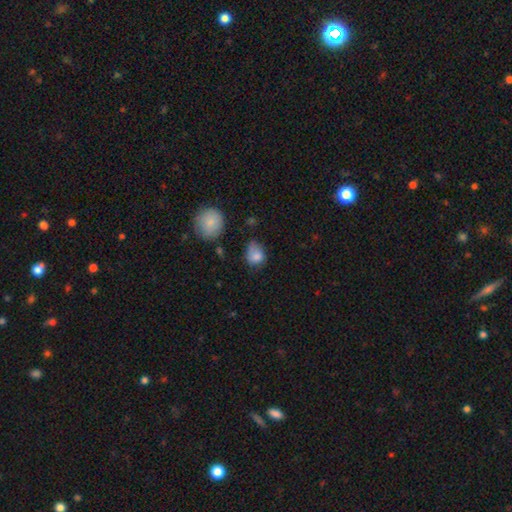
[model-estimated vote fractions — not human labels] This appears to be a smooth galaxy with no disk features (78%) that is in between round and cigar-shaped (54%). Merging: minor disturbance (39%).